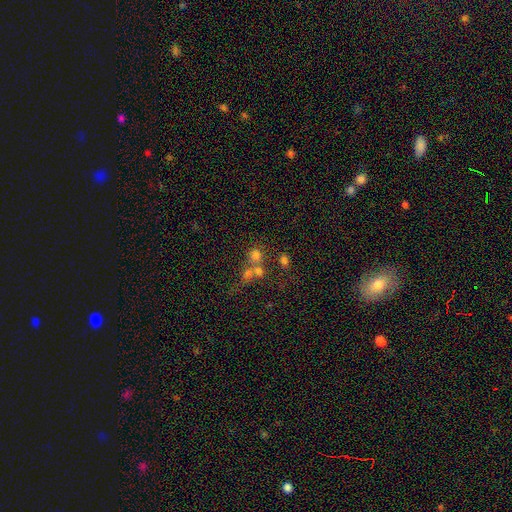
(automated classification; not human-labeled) smooth-or-featured: smooth: 65% | star or artifact: 20% | featured or disk: 16%
  how-rounded: round: 79% | in between: 19% | cigar-shaped: 2%
  merging: merger: 46% | none: 40% | minor disturbance: 7% | major disturbance: 7%